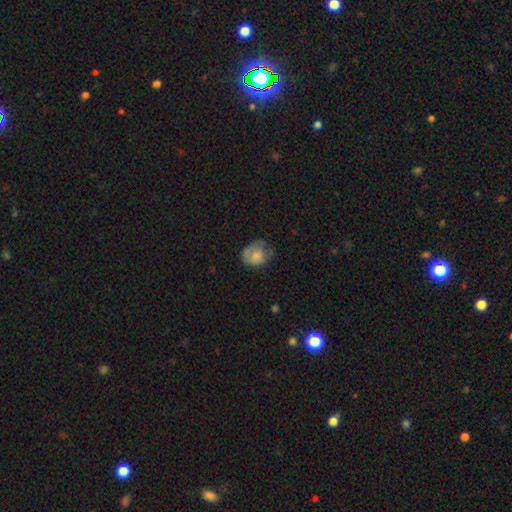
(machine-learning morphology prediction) Smooth or featured? Predicted: smooth (p=0.69). How rounded? Predicted: round (p=0.57). Merging? Predicted: none (p=0.47).